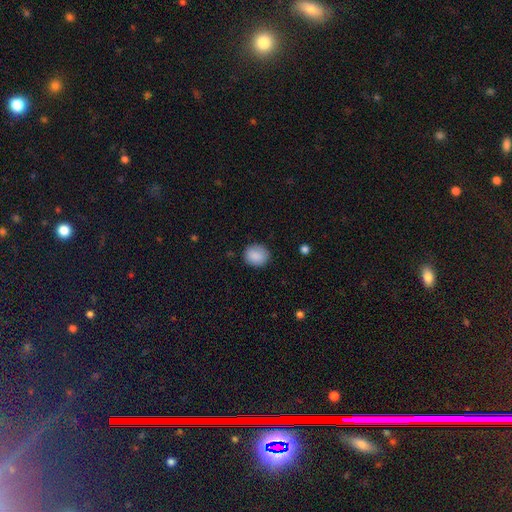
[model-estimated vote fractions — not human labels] This appears to be a smooth galaxy with no disk features (88%) that is round (66%). Merging: none (83%).